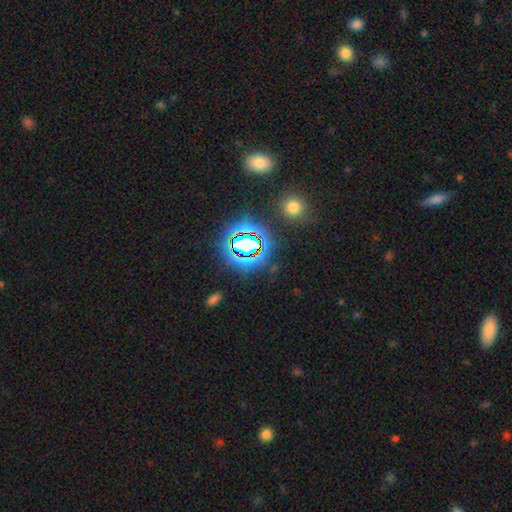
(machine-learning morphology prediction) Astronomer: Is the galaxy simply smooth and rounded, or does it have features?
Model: star or artifact — 76%.